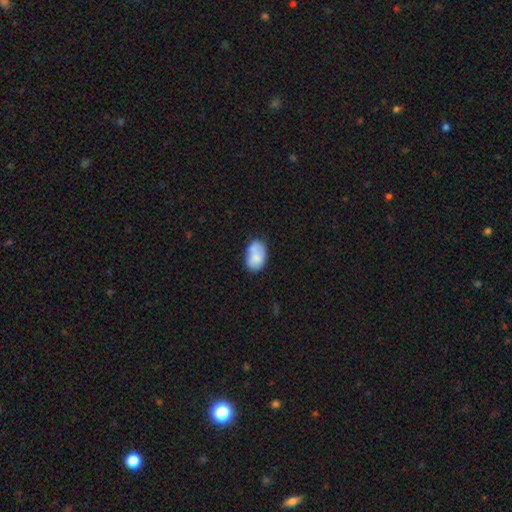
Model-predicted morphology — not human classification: A smooth galaxy with no disk features (74%) that is in between round and cigar-shaped (87%). Merging: none (55%).